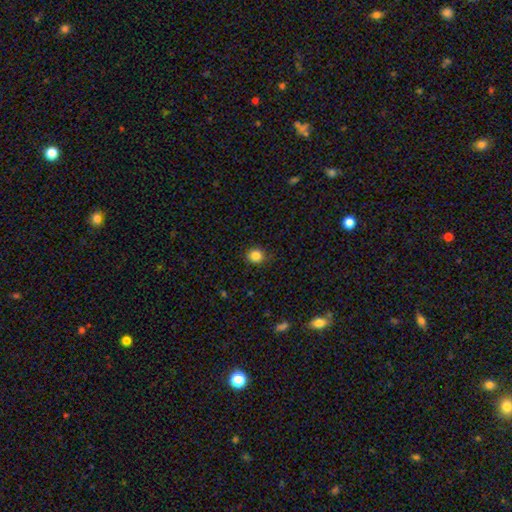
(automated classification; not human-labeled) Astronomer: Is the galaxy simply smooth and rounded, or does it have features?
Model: smooth — 85%.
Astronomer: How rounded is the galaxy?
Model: round — 86%.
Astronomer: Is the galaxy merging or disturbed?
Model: none — 85%.